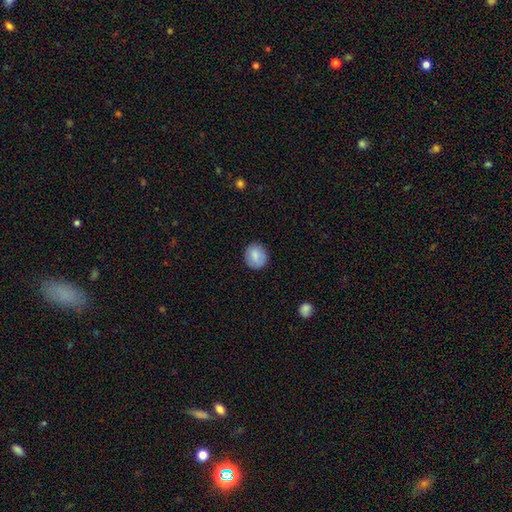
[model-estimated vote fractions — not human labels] A smooth galaxy with no disk features (82%) that is round (87%).

Vote fractions:
- Smooth or featured? smooth: 82% / featured or disk: 10% / star or artifact: 7%
- How rounded? round: 87% / in between: 13% / cigar-shaped: 1%
- Merging? none: 87% / minor disturbance: 10% / major disturbance: 2% / merger: 1%